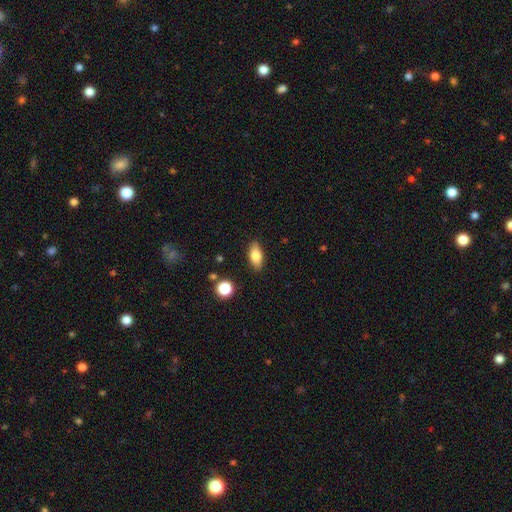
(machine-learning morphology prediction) Smooth or featured?
  - smooth: 81% *
  - featured or disk: 11%
  - star or artifact: 8%
How rounded?
  - in between: 85% *
  - cigar-shaped: 10%
  - round: 4%
Merging?
  - none: 86% *
  - minor disturbance: 10%
  - major disturbance: 2%
  - merger: 2%